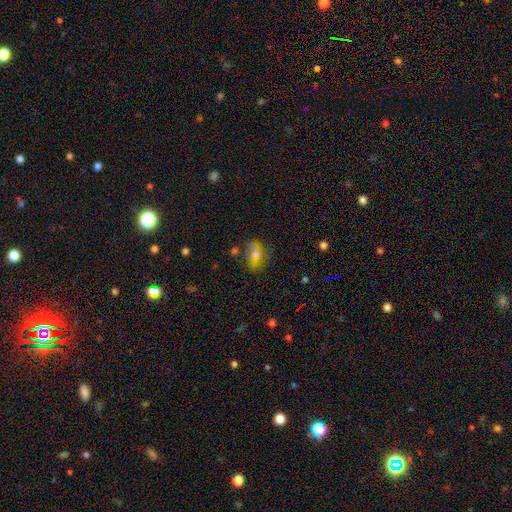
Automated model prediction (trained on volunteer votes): Q: Smooth or featured?
A: smooth (54%); runner-up: featured or disk (30%)
Q: How rounded?
A: in between (71%); runner-up: round (27%)
Q: Merging?
A: none (58%); runner-up: minor disturbance (24%)